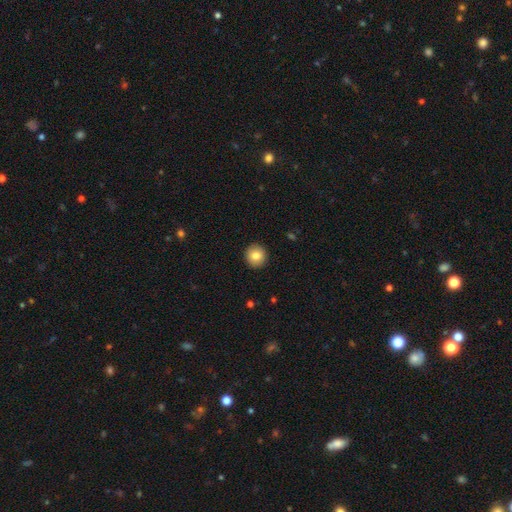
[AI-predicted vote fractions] A smooth galaxy with no disk features (83%) that is round (93%). Merging: none (92%).